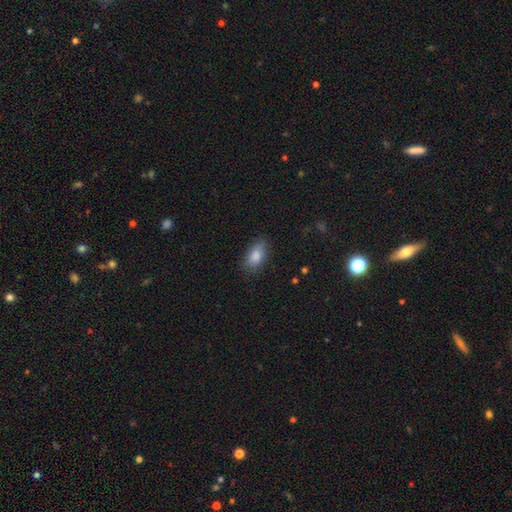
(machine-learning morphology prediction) A smooth galaxy with no disk features (85%) that is in between round and cigar-shaped (89%). Merging: none (82%).